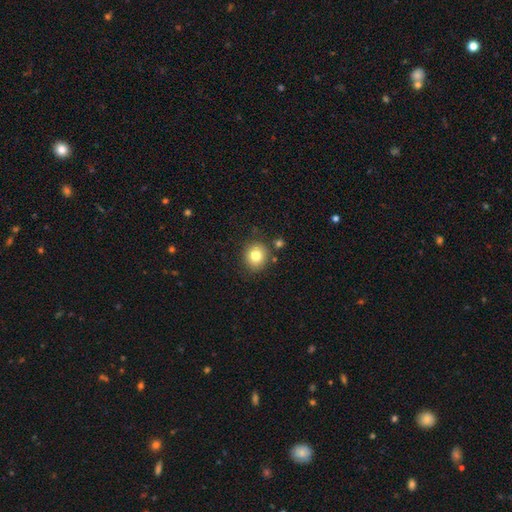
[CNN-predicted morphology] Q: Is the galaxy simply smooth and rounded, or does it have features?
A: smooth — 81%.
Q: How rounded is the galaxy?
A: round — 87%.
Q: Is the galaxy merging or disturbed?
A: none — 82%.